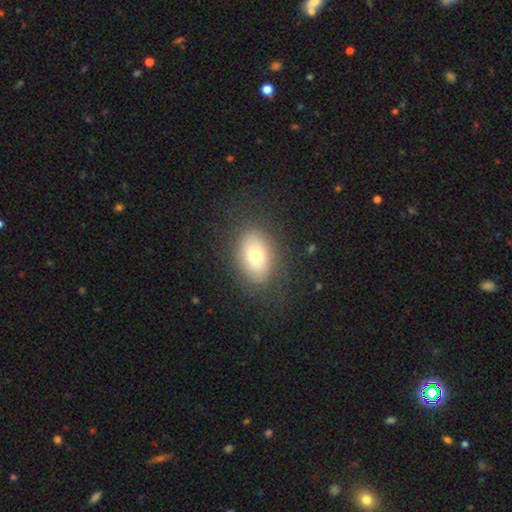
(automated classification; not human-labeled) Q: Smooth or featured?
A: smooth (68%); runner-up: featured or disk (23%)
Q: How rounded?
A: in between (87%); runner-up: round (11%)
Q: Merging?
A: none (79%); runner-up: minor disturbance (13%)